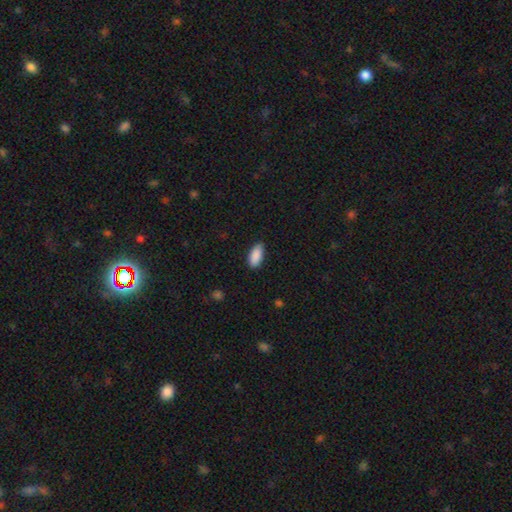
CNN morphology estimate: smooth 90%, star or artifact 6%, featured or disk 4%. Down the decision tree: how rounded — in between (89%); merging — none (82%).